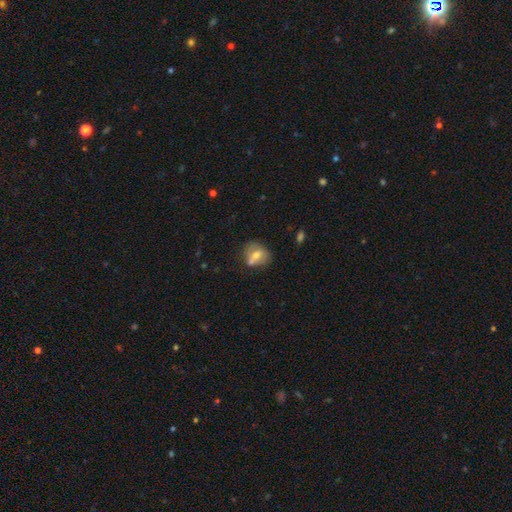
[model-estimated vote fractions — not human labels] Overall: smooth (56%; featured or disk 35%). How rounded: round (57%; in between 42%). Merging: none (53%; merger 20%).